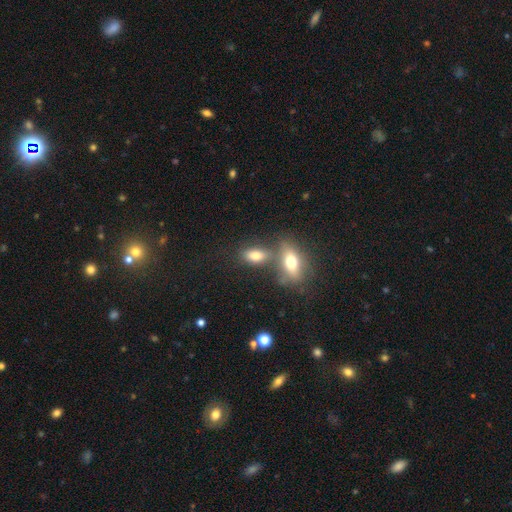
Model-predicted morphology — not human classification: Q: Smooth or featured?
A: smooth (77%); runner-up: featured or disk (14%)
Q: How rounded?
A: in between (85%); runner-up: round (8%)
Q: Merging?
A: none (50%); runner-up: merger (35%)